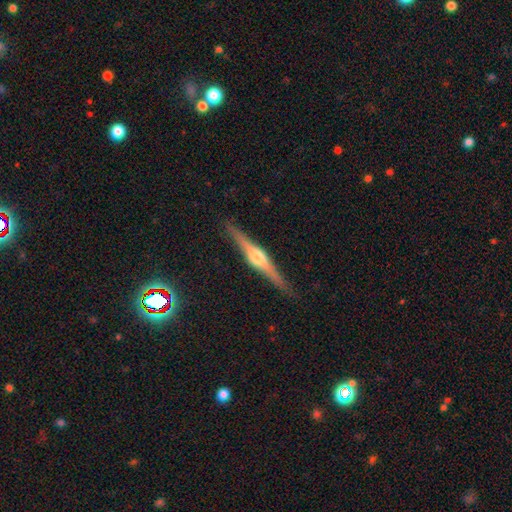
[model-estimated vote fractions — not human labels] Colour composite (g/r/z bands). It shows a featured or disk galaxy (81%) viewed edge-on (98%) with a rounded central bulge (91%). Merging: none (90%).